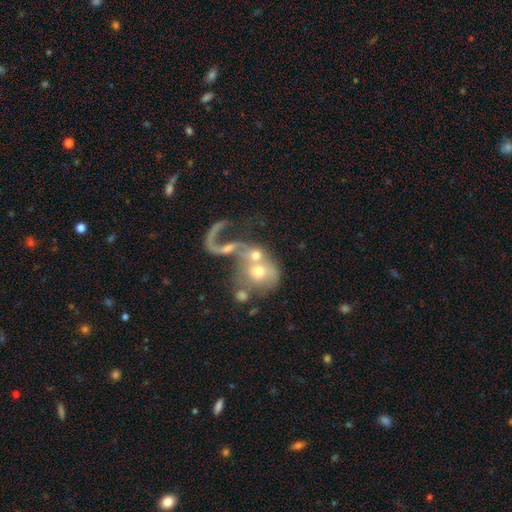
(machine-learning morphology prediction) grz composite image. It shows a featured or disk galaxy (50%). Merging: merger (65%).